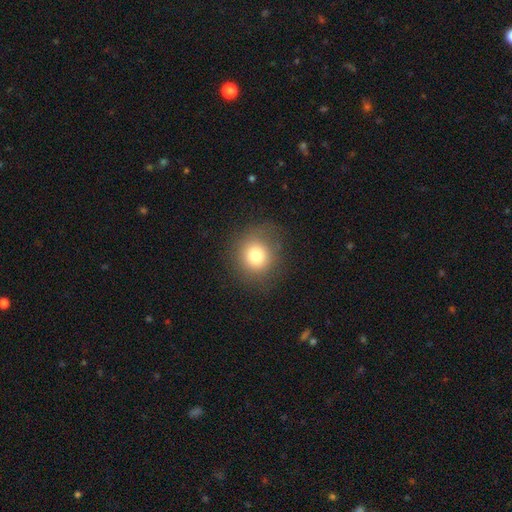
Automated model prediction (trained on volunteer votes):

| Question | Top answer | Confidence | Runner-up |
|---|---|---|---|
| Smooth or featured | smooth | 78% | star or artifact (12%) |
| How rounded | round | 85% | in between (14%) |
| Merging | none | 82% | minor disturbance (12%) |